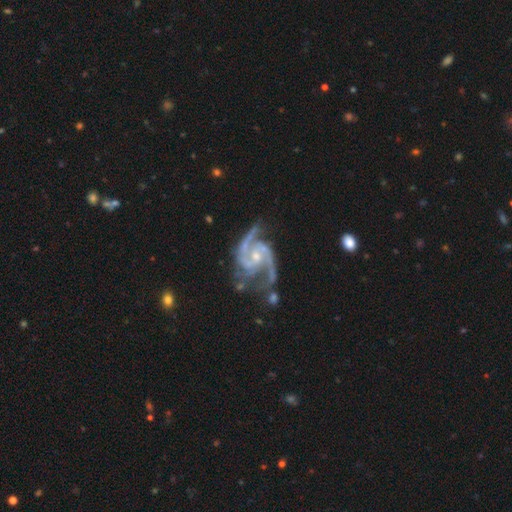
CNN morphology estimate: Overall: featured or disk (94%). Edge-on disk: no (98%). Bar: no (54%; weak 35%). Spiral arms: yes (99%). Spiral arm count: 2 (63%; 3 24%). Spiral winding: medium (62%; tight 25%). Bulge size: small (61%; moderate 34%). Merging: none (59%; minor disturbance 24%).